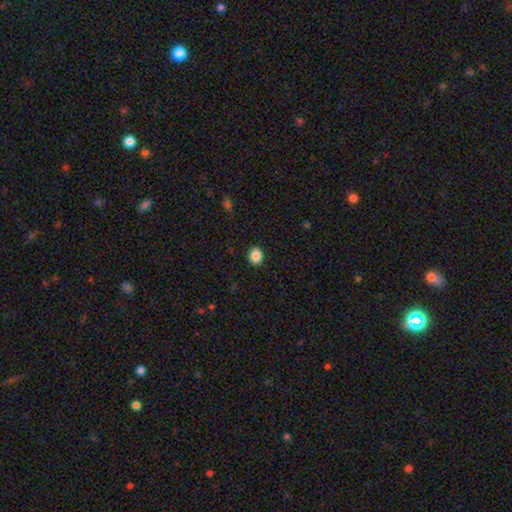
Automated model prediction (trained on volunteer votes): Smooth or featured? smooth (87%)
How rounded? round (57%)
Merging? none (91%)